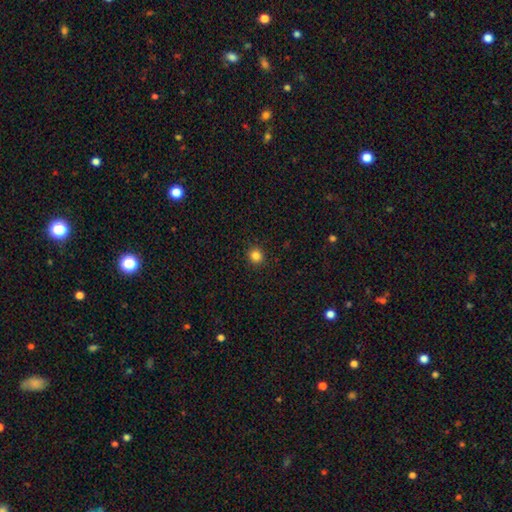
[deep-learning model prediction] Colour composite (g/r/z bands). It shows a smooth galaxy with no disk features (84%) that is round (93%). Merging: none (92%).